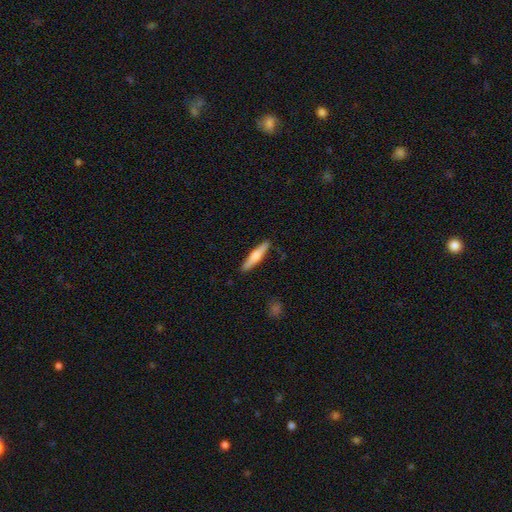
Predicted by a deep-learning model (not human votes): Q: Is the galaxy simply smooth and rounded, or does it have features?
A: smooth — 57%.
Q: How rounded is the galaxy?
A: cigar-shaped — 89%.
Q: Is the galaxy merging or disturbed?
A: none — 90%.